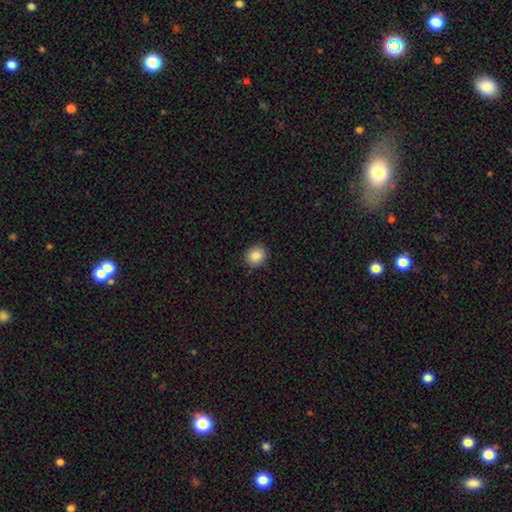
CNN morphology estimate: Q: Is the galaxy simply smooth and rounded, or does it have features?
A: smooth — 85%.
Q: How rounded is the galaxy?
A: round — 87%.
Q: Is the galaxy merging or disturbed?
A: none — 91%.